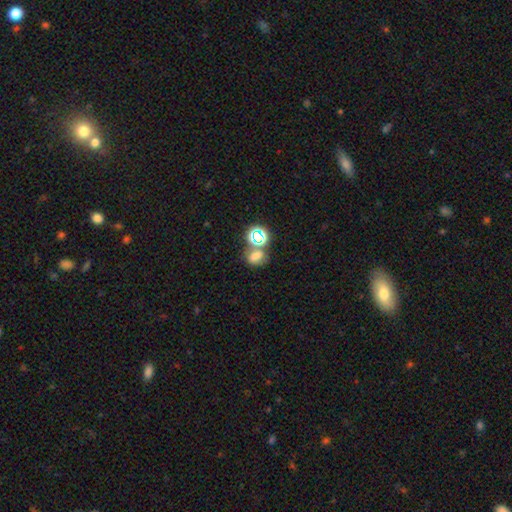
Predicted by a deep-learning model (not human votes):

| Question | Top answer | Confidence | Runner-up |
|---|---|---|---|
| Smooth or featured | smooth | 57% | star or artifact (29%) |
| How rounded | in between | 60% | round (39%) |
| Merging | none | 46% | merger (32%) |